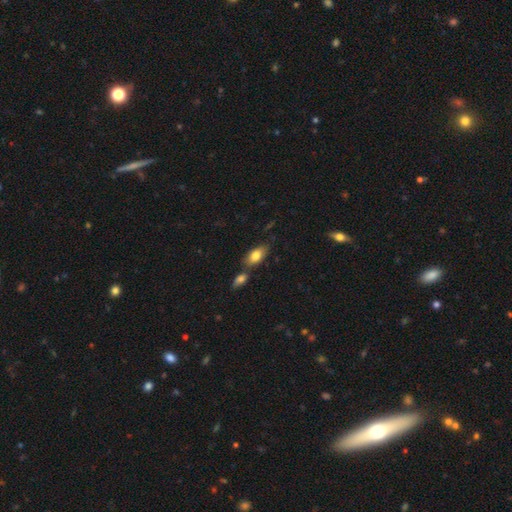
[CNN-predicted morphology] A smooth galaxy with no disk features (79%) that is in between round and cigar-shaped (89%).

Vote fractions:
- Smooth or featured? smooth: 79% / featured or disk: 13% / star or artifact: 7%
- How rounded? in between: 89% / cigar-shaped: 7% / round: 4%
- Merging? none: 59% / merger: 25% / minor disturbance: 13% / major disturbance: 3%